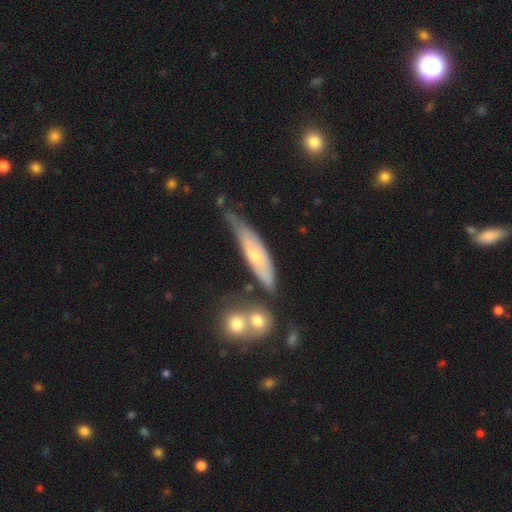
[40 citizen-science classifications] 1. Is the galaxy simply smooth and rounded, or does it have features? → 52% featured or disk, 42% smooth, 5% star or artifact.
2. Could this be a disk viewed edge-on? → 52% yes, 48% no.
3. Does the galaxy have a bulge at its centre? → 73% rounded, 18% none, 9% boxy.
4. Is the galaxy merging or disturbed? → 53% minor disturbance, 21% none, 18% merger, 8% major disturbance.